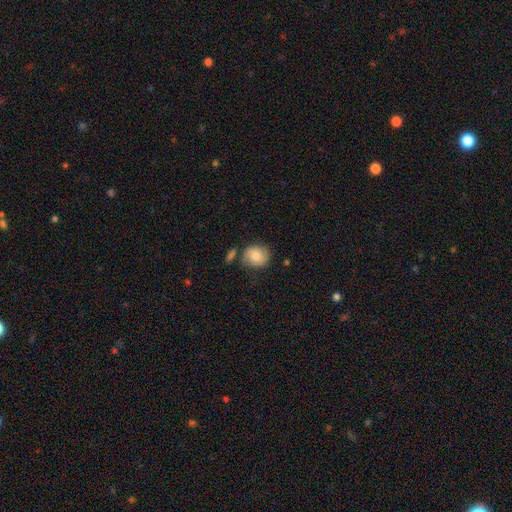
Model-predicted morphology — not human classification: A smooth galaxy with no disk features (73%) that is round (75%).

Vote fractions:
- Smooth or featured? smooth: 73% / featured or disk: 19% / star or artifact: 8%
- How rounded? round: 75% / in between: 24% / cigar-shaped: 1%
- Merging? none: 66% / minor disturbance: 20% / merger: 8% / major disturbance: 6%